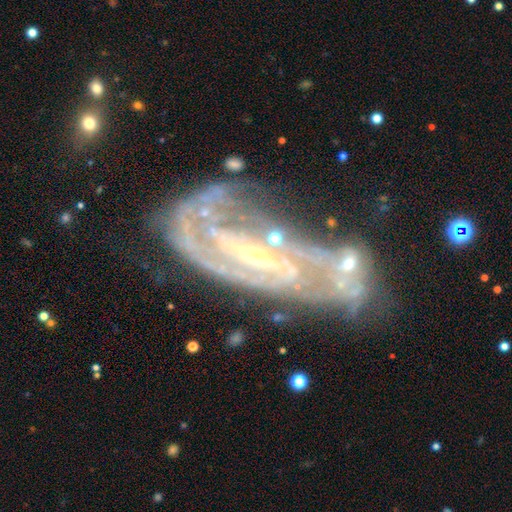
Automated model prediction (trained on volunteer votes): Smooth or featured?
  - featured or disk: 85% *
  - star or artifact: 9%
  - smooth: 7%
Edge-on disk?
  - no: 90% *
  - yes: 10%
Bar?
  - strong: 39% *
  - weak: 35%
  - no: 26%
Spiral arms?
  - yes: 90% *
  - no: 10%
Spiral winding?
  - tight: 47% *
  - medium: 36%
  - loose: 17%
Spiral arm count?
  - 2: 39% *
  - can't tell: 29%
  - 3: 13%
  - 1: 7%
  - 4: 6%
  - more than 4: 6%
Bulge size?
  - small: 70% *
  - moderate: 18%
  - none: 9%
  - large: 2%
  - dominant: 1%
Merging?
  - none: 40% *
  - merger: 21%
  - major disturbance: 20%
  - minor disturbance: 19%